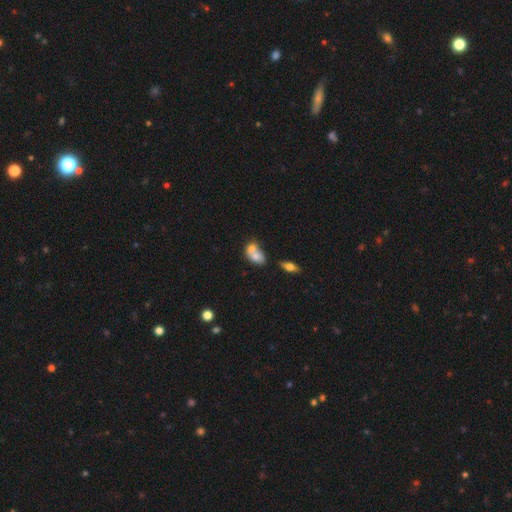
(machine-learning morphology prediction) A smooth galaxy with no disk features (71%) that is in between round and cigar-shaped (71%).

Vote fractions:
- Smooth or featured? smooth: 71% / featured or disk: 20% / star or artifact: 9%
- How rounded? in between: 71% / round: 26% / cigar-shaped: 2%
- Merging? merger: 67% / none: 21% / minor disturbance: 8% / major disturbance: 4%